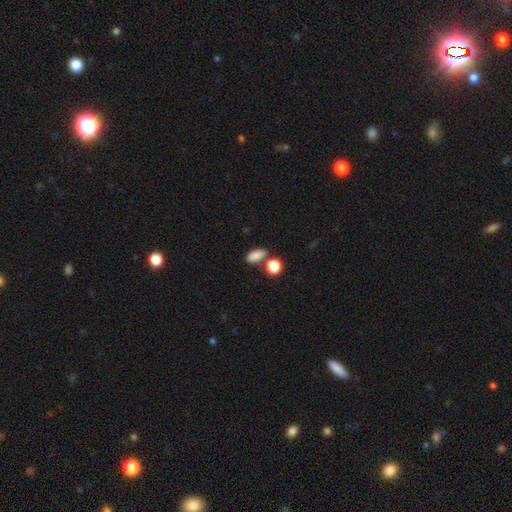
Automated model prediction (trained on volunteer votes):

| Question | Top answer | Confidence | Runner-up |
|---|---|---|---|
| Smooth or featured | smooth | 85% | star or artifact (10%) |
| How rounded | in between | 85% | round (11%) |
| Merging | none | 66% | merger (17%) |